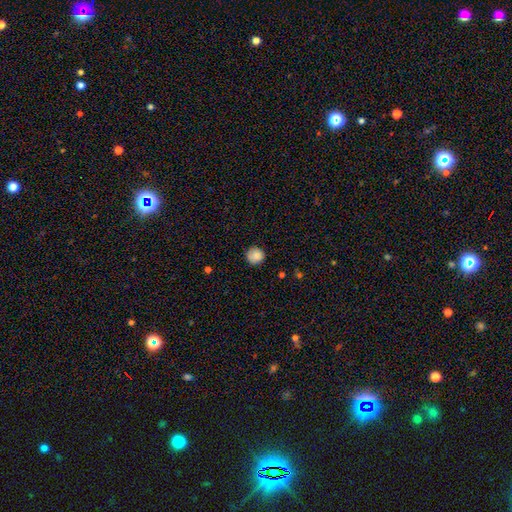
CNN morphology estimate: A smooth galaxy with no disk features (86%) that is round (93%). Merging: none (83%).